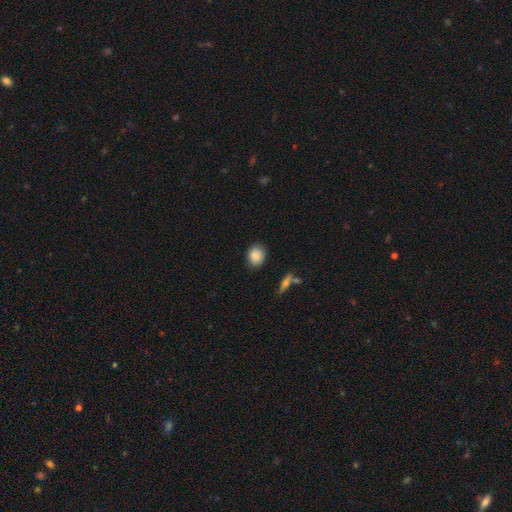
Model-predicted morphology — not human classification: This appears to be a smooth galaxy with no disk features (85%) that is round (55%). Merging: none (83%).